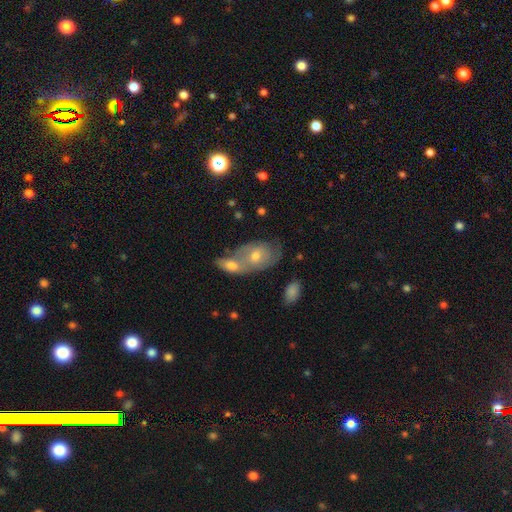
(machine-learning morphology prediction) A smooth galaxy with no disk features (48%). Merging: merger (58%).